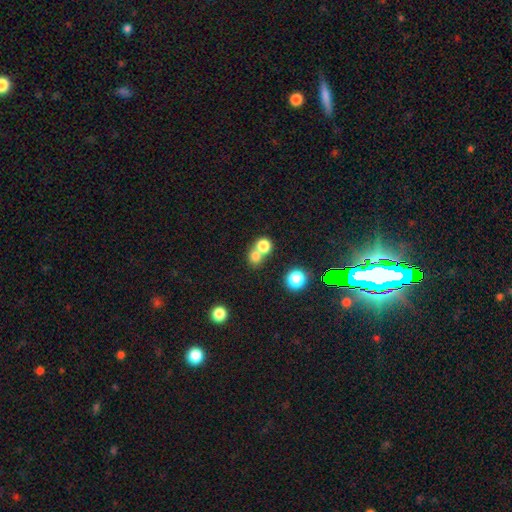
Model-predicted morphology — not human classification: Smooth or featured?
  - smooth: 76% *
  - star or artifact: 14%
  - featured or disk: 10%
How rounded?
  - round: 81% *
  - in between: 18%
  - cigar-shaped: 1%
Merging?
  - merger: 53% *
  - none: 40%
  - minor disturbance: 5%
  - major disturbance: 3%